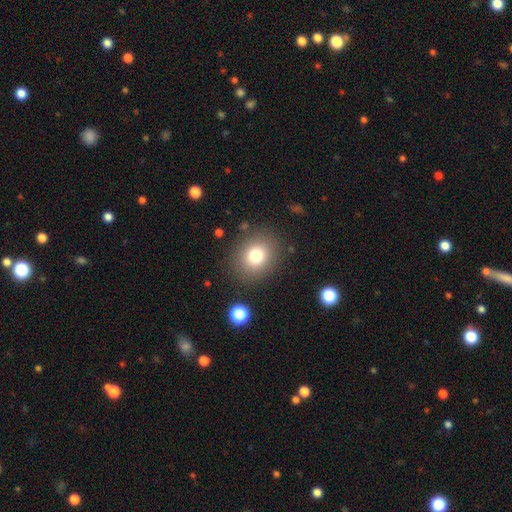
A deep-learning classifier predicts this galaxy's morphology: smooth-or-featured: smooth: 77% | star or artifact: 13% | featured or disk: 10%
  how-rounded: round: 72% | in between: 27% | cigar-shaped: 1%
  merging: none: 85% | minor disturbance: 9% | major disturbance: 4% | merger: 2%